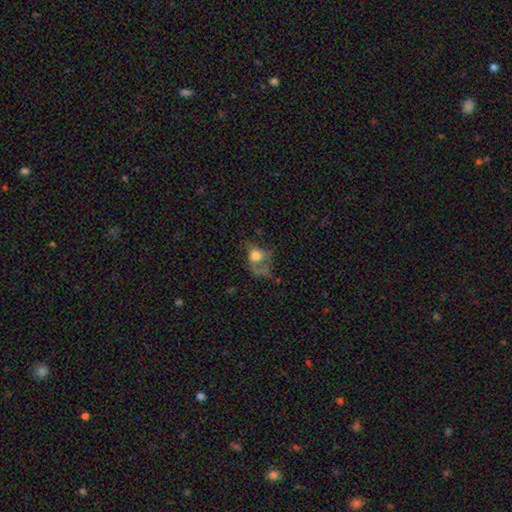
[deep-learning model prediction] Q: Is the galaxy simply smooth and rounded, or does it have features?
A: smooth — 61%.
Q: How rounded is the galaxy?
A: round — 53%.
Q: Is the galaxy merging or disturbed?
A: major disturbance — 50%.